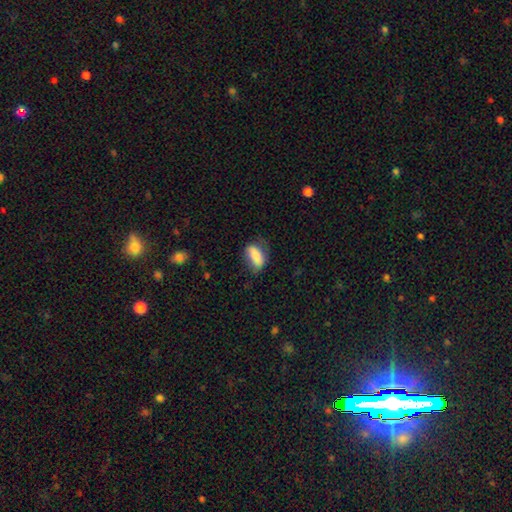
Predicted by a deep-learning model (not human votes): Q: Smooth or featured?
A: smooth (78%); runner-up: featured or disk (15%)
Q: How rounded?
A: in between (82%); runner-up: cigar-shaped (13%)
Q: Merging?
A: none (58%); runner-up: minor disturbance (29%)